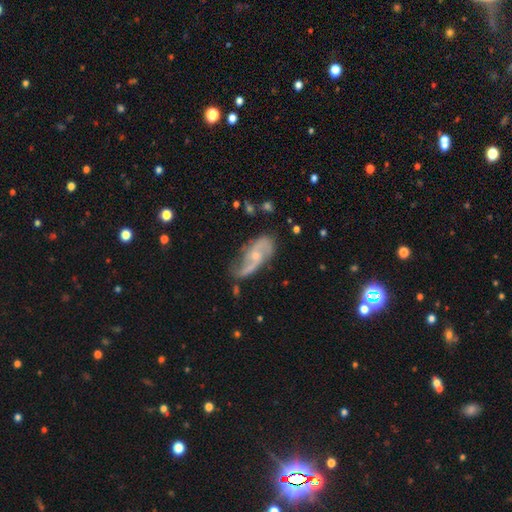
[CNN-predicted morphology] A featured or disk galaxy (82%) with no bar (59%), 2 (84%) loose (52%) spiral arms (93%) and a small central bulge (64%). Merging: none (60%).